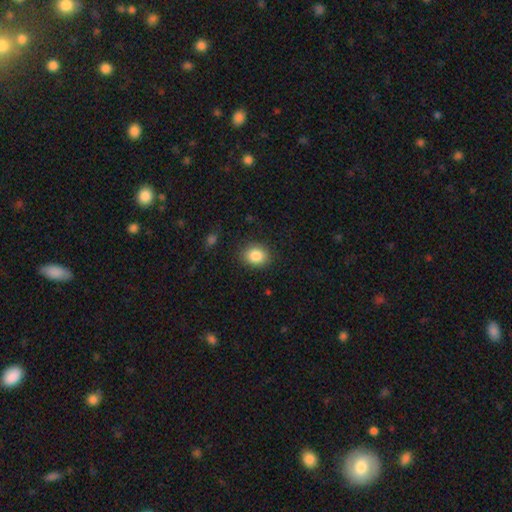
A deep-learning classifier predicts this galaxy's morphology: This appears to be a smooth galaxy with no disk features (85%) that is round (60%). Merging: none (87%).